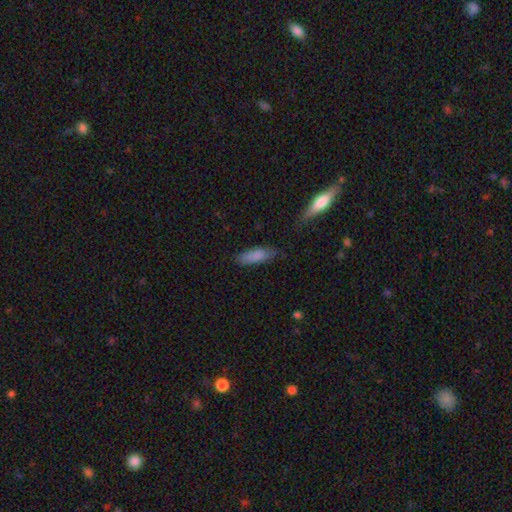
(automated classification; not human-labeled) smooth_or_featured: smooth (p=0.83) [alt: featured or disk p=0.11]
how_rounded: in between (p=0.54) [alt: cigar-shaped p=0.44]
merging: none (p=0.77) [alt: minor disturbance p=0.18]